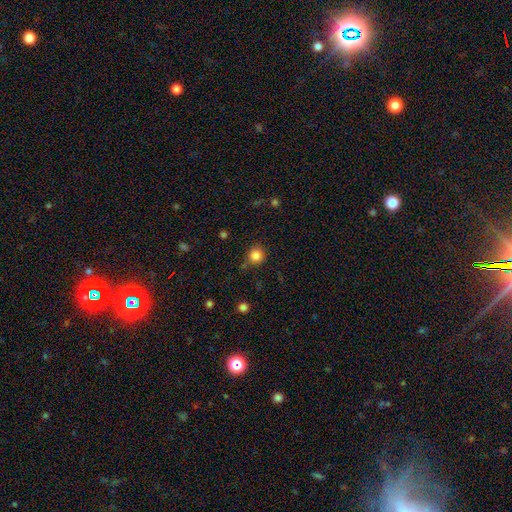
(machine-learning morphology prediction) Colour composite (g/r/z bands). It shows a smooth galaxy with no disk features (84%) that is round (91%). Merging: none (79%).